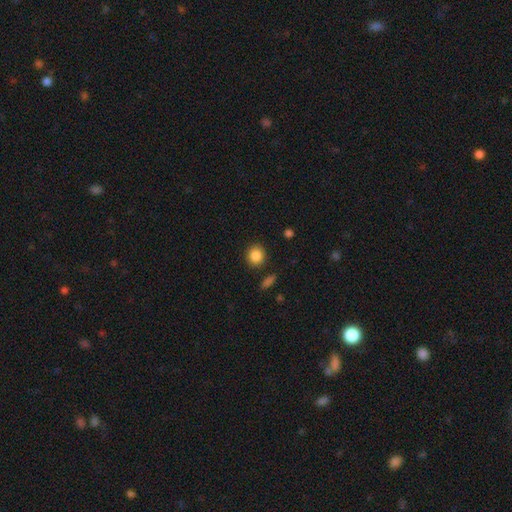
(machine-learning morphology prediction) The model was most divided on "how rounded": round: 85%, in between: 14%, cigar-shaped: 1%. More confident: merging — none (88%); smooth or featured — smooth (87%).